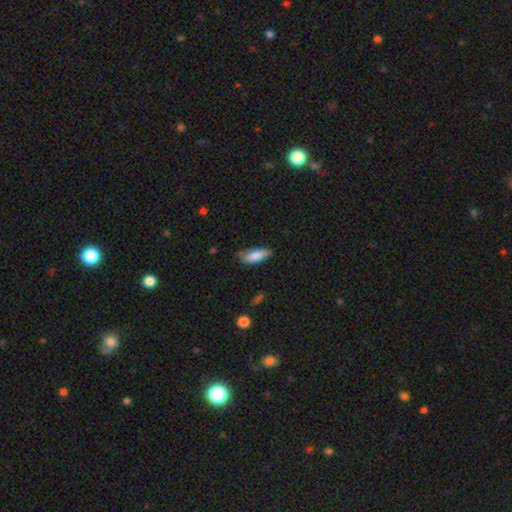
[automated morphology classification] Smooth or featured?
  - smooth: 81% *
  - featured or disk: 13%
  - star or artifact: 6%
How rounded?
  - in between: 70% *
  - cigar-shaped: 28%
  - round: 2%
Merging?
  - none: 71% *
  - minor disturbance: 23%
  - major disturbance: 4%
  - merger: 2%